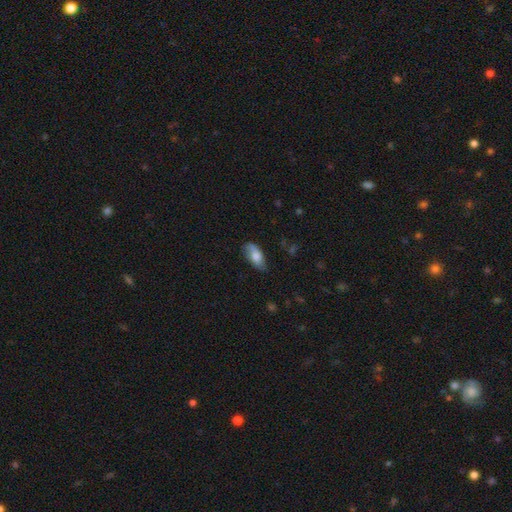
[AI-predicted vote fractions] A smooth galaxy with no disk features (68%) that is in between round and cigar-shaped (89%).

Vote fractions:
- Smooth or featured? smooth: 68% / featured or disk: 25% / star or artifact: 7%
- How rounded? in between: 89% / cigar-shaped: 8% / round: 3%
- Merging? none: 62% / minor disturbance: 27% / major disturbance: 8% / merger: 2%